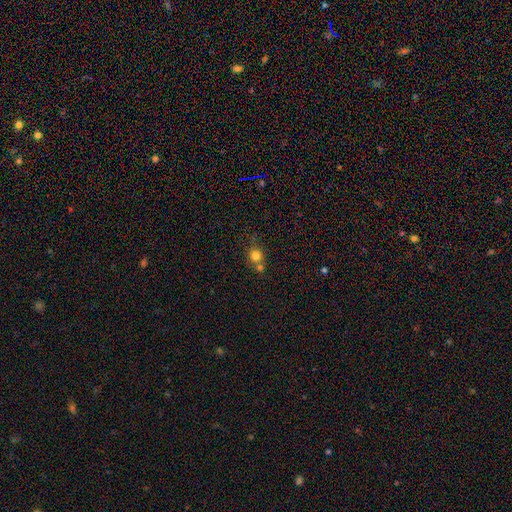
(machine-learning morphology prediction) Smooth or featured? Predicted: smooth (p=0.80). How rounded? Predicted: round (p=0.87). Merging? Predicted: none (p=0.52).